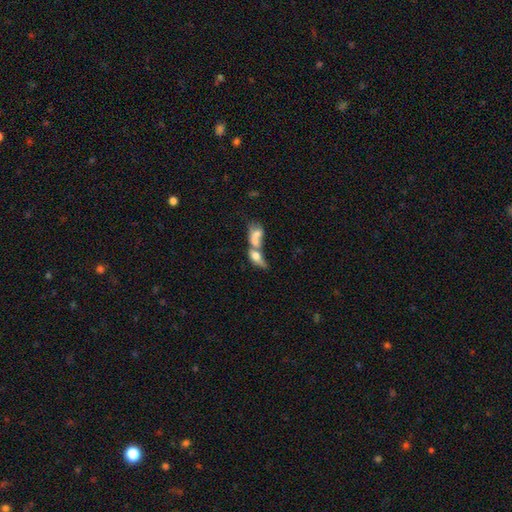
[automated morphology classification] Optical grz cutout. It shows a smooth galaxy with no disk features (52%) that is in between round and cigar-shaped (66%). Merging: merger (73%).